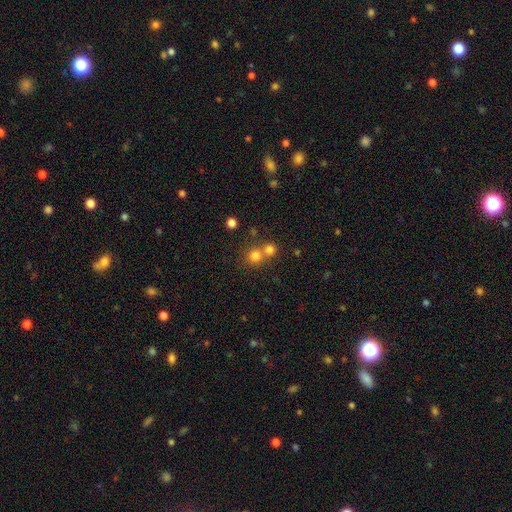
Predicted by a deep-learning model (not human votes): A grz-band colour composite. It shows a smooth galaxy with no disk features (76%) that is round (90%). Merging: none (51%).